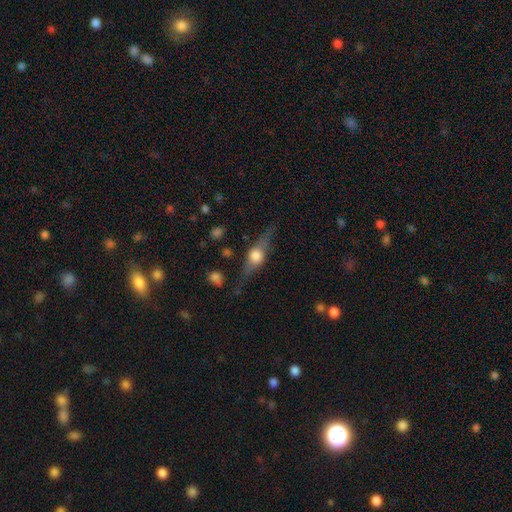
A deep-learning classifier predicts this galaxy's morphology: Smooth or featured? featured or disk (66%)
Edge-on disk? yes (93%)
Edge-on bulge? rounded (94%)
Merging? none (75%)